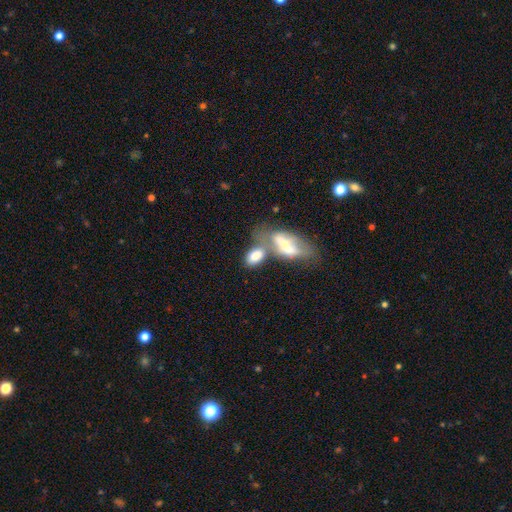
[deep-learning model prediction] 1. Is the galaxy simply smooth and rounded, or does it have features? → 71% smooth, 21% featured or disk, 7% star or artifact.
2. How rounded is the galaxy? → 88% in between, 6% round, 5% cigar-shaped.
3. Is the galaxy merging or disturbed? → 52% merger, 26% none, 13% minor disturbance, 9% major disturbance.